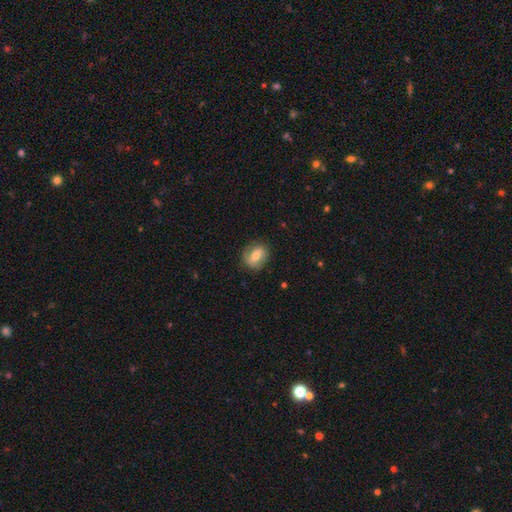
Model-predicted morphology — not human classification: smooth 54%, featured or disk 38%, star or artifact 8%. Down the decision tree: how rounded — round (57%); merging — none (78%).